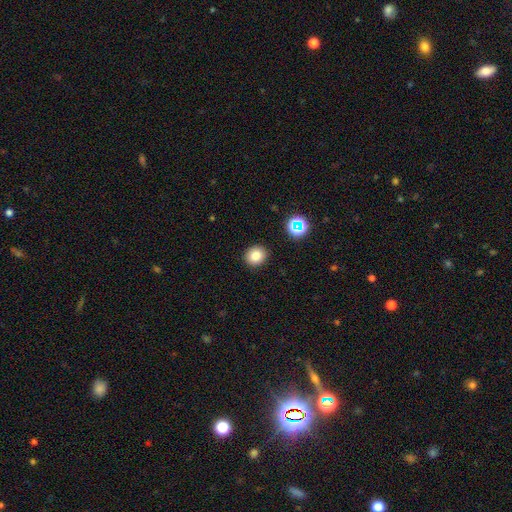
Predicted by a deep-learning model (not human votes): Q: Smooth or featured?
A: smooth (80%); runner-up: star or artifact (13%)
Q: How rounded?
A: round (82%); runner-up: in between (17%)
Q: Merging?
A: none (90%); runner-up: minor disturbance (6%)